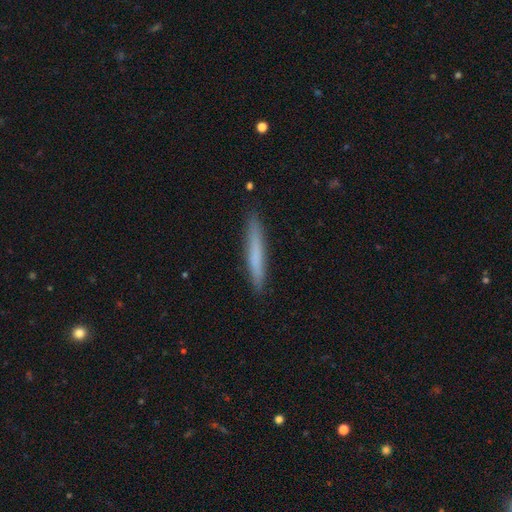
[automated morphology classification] A smooth galaxy with no disk features (69%) that is cigar-shaped (96%). Merging: none (90%).